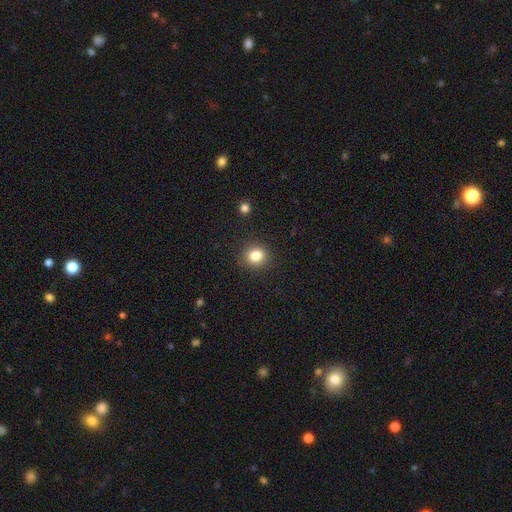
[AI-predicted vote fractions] The model was most divided on "how rounded": round: 84%, in between: 15%, cigar-shaped: 1%. More confident: merging — none (90%); smooth or featured — smooth (83%).